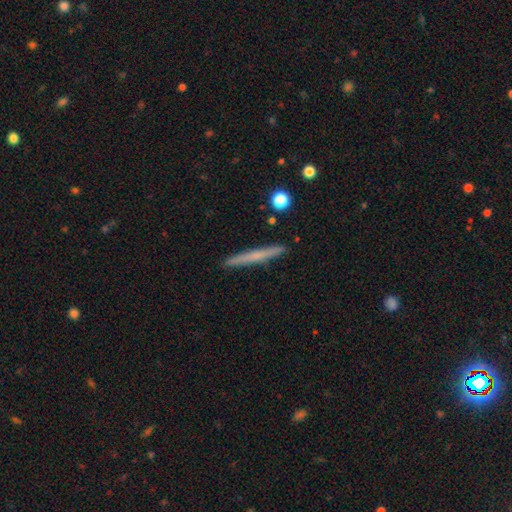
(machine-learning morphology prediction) A smooth galaxy with no disk features (50%). Merging: none (92%).